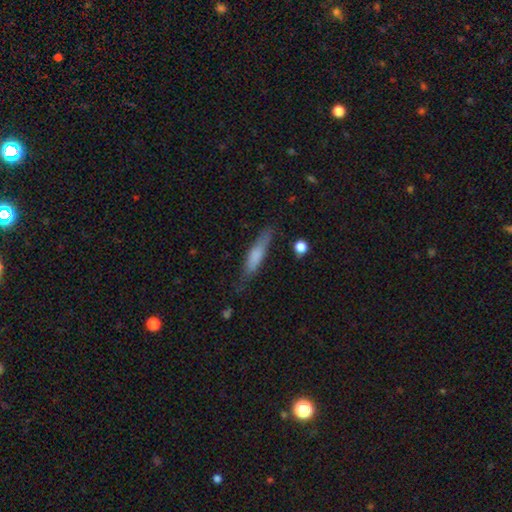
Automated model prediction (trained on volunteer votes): Smooth or featured? Predicted: smooth (p=0.69). How rounded? Predicted: cigar-shaped (p=0.80). Merging? Predicted: none (p=0.69).